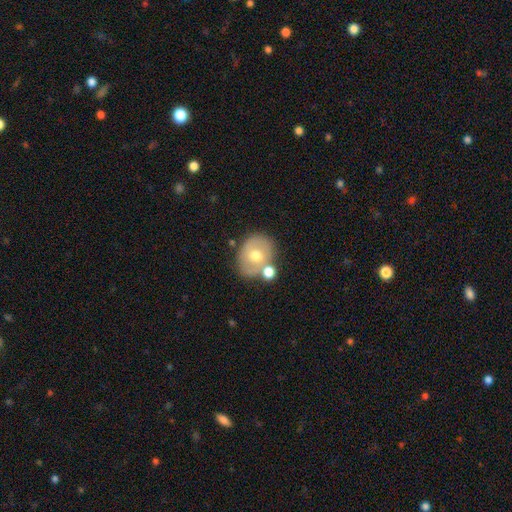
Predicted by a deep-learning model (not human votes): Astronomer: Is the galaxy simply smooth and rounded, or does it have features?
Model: smooth — 54% (runner-up: featured or disk, 37%).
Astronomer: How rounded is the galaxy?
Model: round — 53% (runner-up: in between, 46%).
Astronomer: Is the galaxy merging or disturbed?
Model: none — 60%.